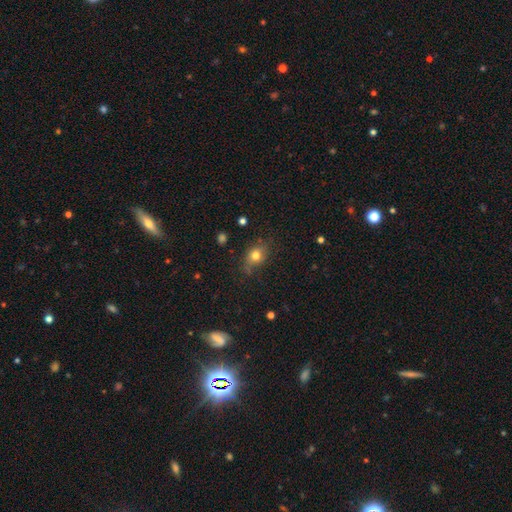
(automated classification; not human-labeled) Overall: smooth (75%). How rounded: in between (56%; round 41%). Merging: none (68%).